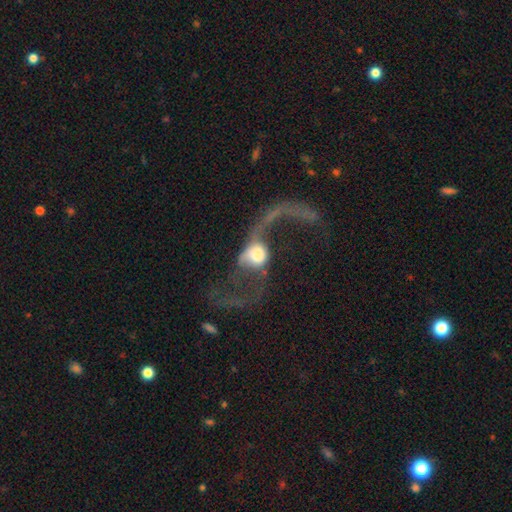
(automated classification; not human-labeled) smooth-or-featured: featured or disk: 54% | smooth: 37% | star or artifact: 9%
  disk-edge-on: no: 91% | yes: 9%
  merging: major disturbance: 61% | merger: 17% | none: 14% | minor disturbance: 8%